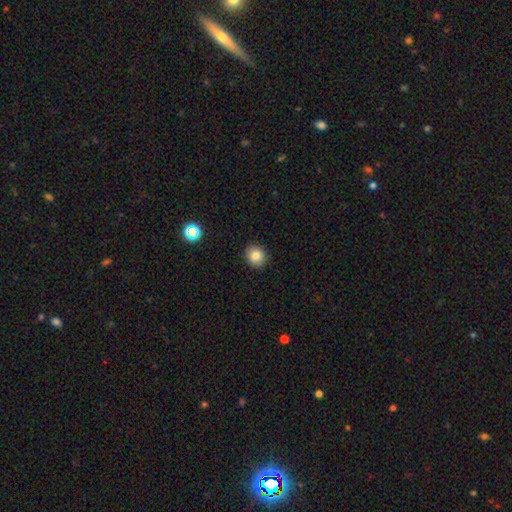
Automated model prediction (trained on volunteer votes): A smooth galaxy with no disk features (83%) that is round (84%).

Vote fractions:
- Smooth or featured? smooth: 83% / star or artifact: 11% / featured or disk: 6%
- How rounded? round: 84% / in between: 15% / cigar-shaped: 1%
- Merging? none: 91% / minor disturbance: 6% / major disturbance: 2% / merger: 1%